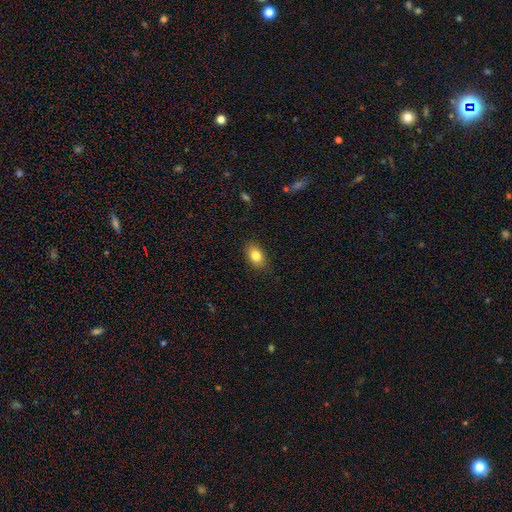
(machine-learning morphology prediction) Overall: smooth (82%). How rounded: in between (82%). Merging: none (86%).